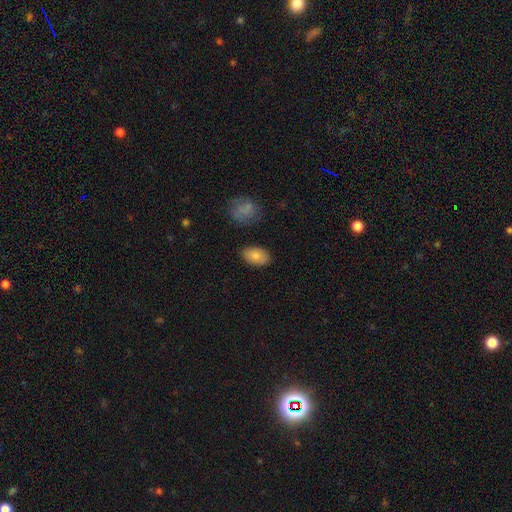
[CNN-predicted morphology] This appears to be a smooth galaxy with no disk features (84%) that is in between round and cigar-shaped (92%). Merging: none (85%).